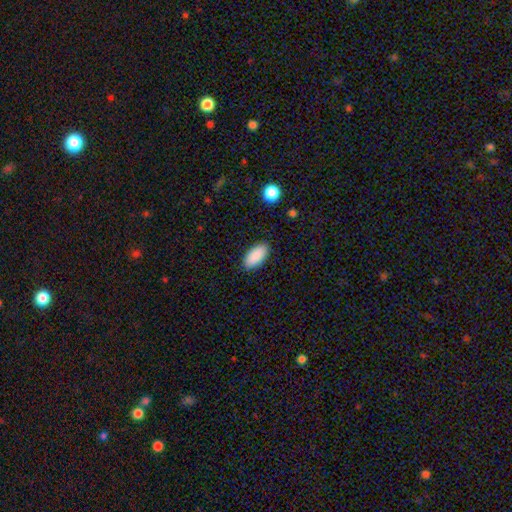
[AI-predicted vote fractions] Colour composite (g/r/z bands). It shows a smooth galaxy with no disk features (90%) that is in between round and cigar-shaped (92%). Merging: none (89%).